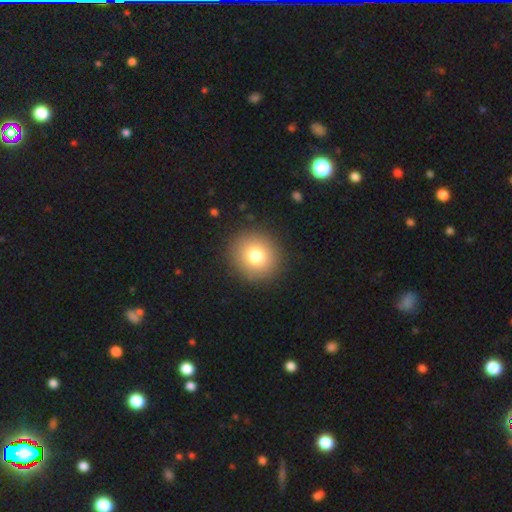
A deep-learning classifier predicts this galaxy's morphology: The model was most divided on "smooth or featured": smooth: 77%, star or artifact: 12%, featured or disk: 11%. More confident: merging — none (91%); how rounded — round (90%).